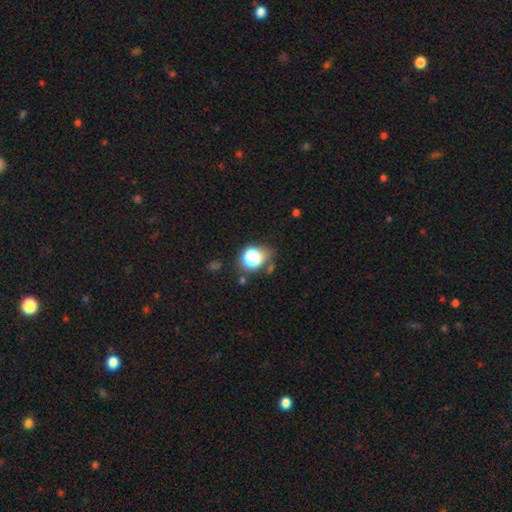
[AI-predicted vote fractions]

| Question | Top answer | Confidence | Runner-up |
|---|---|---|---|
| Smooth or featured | smooth | 70% | star or artifact (21%) |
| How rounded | round | 67% | in between (31%) |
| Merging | none | 64% | minor disturbance (19%) |